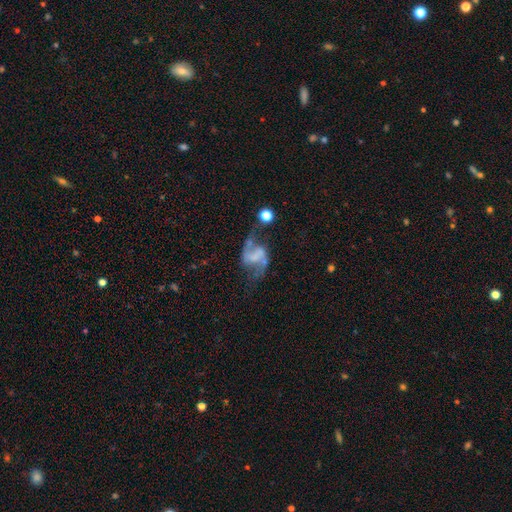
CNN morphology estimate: featured or disk 80%, smooth 11%, star or artifact 9%. Down the decision tree: edge-on disk — no (98%); bar — weak (38%); spiral arms — yes (89%); spiral arm count — 2 (91%); spiral winding — loose (67%); bulge size — none (65%); merging — none (50%).